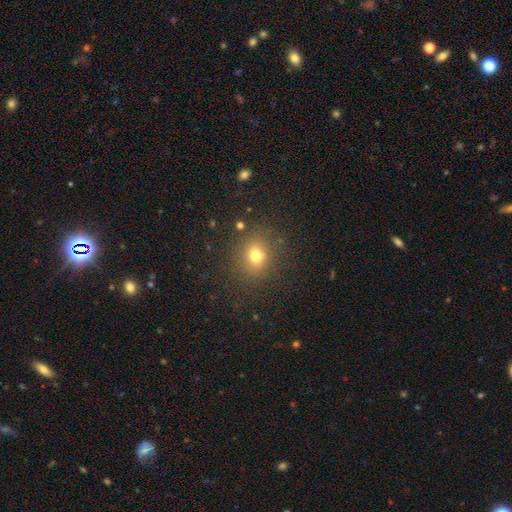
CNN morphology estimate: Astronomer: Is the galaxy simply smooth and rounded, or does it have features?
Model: smooth — 73%.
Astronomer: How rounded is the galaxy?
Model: round — 73%.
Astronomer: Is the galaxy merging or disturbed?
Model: none — 83%.